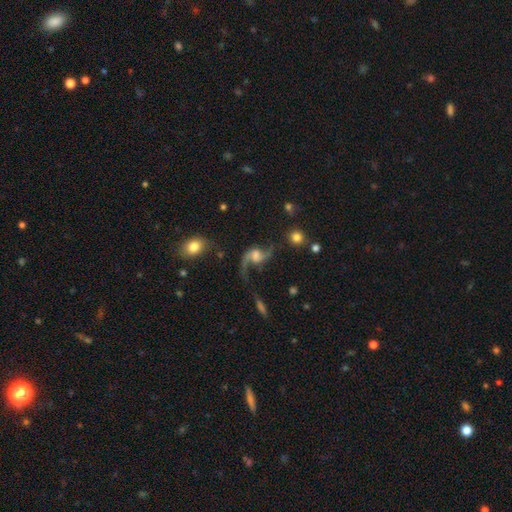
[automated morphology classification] The model was most divided on "bar": no: 54%, weak: 37%, strong: 10%. Remaining: edge-on disk — no (97%); spiral arms — yes (96%); spiral arm count — 2 (92%); smooth or featured — featured or disk (86%); spiral winding — loose (85%); merging — none (59%); bulge size — moderate (39%).